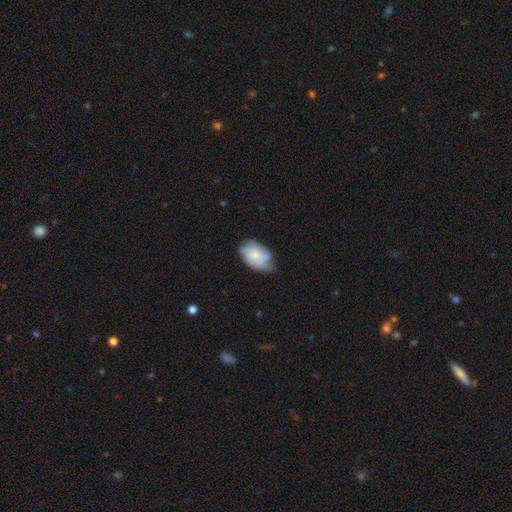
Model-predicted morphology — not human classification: smooth 63%, featured or disk 30%, star or artifact 7%. Down the decision tree: how rounded — in between (90%); merging — none (55%).